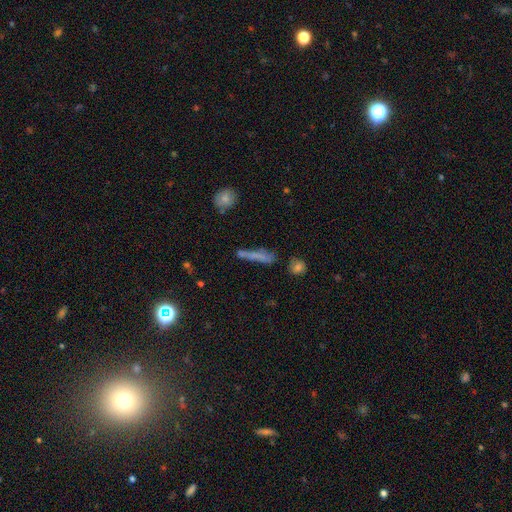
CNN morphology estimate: A smooth galaxy with no disk features (62%) that is cigar-shaped (87%).

Vote fractions:
- Smooth or featured? smooth: 62% / featured or disk: 24% / star or artifact: 14%
- How rounded? cigar-shaped: 87% / in between: 9% / round: 4%
- Merging? none: 64% / minor disturbance: 19% / merger: 10% / major disturbance: 8%